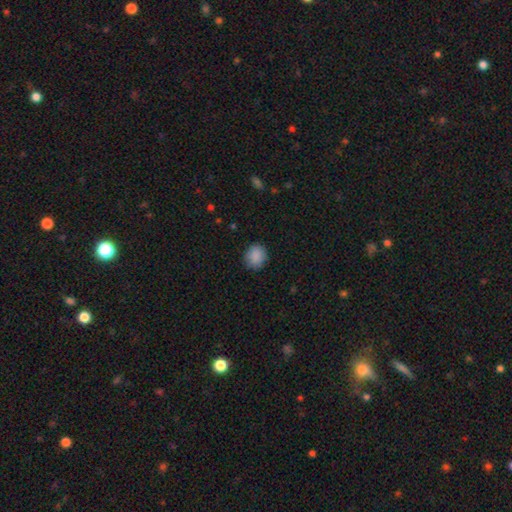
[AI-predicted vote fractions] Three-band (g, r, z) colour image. It shows a smooth galaxy with no disk features (89%) that is round (70%). Merging: none (86%).